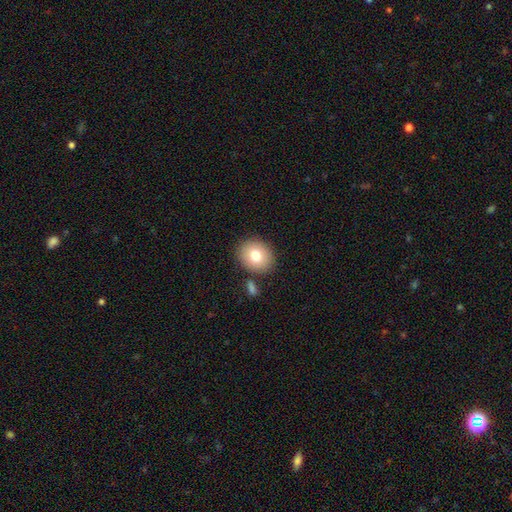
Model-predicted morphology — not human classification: The model was most divided on "how rounded": round: 69%, in between: 30%, cigar-shaped: 1%. More confident: merging — none (81%); smooth or featured — smooth (77%).